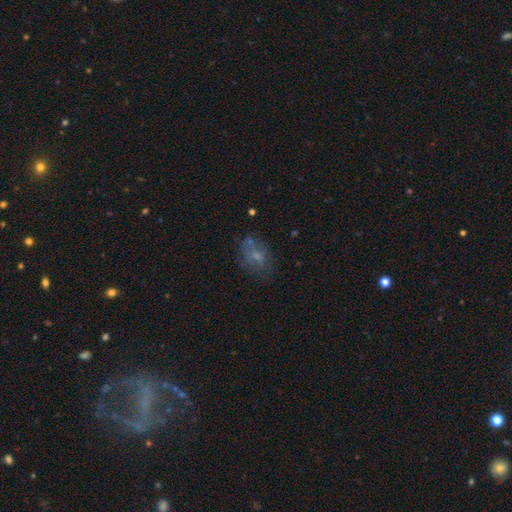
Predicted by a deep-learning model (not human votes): A smooth galaxy with no disk features (54%) that is in between round and cigar-shaped (68%). Merging: none (55%).